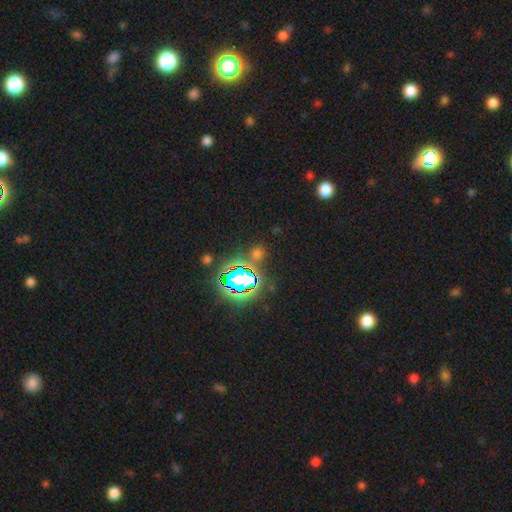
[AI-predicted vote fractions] Smooth or featured? Predicted: star or artifact (p=0.68).